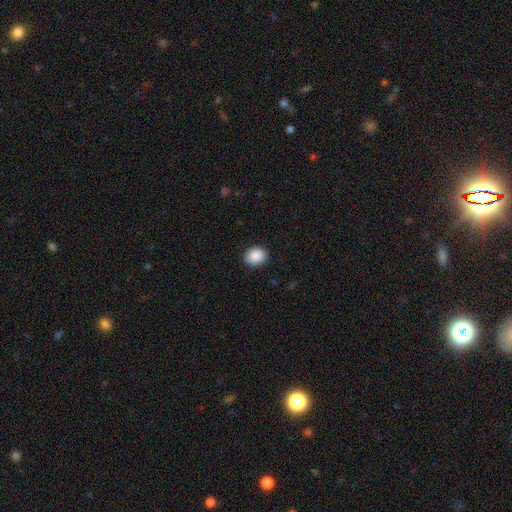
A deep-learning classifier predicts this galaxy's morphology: smooth_or_featured: smooth (p=0.89) [alt: star or artifact p=0.08]
how_rounded: round (p=0.56) [alt: in between p=0.43]
merging: none (p=0.89) [alt: minor disturbance p=0.08]